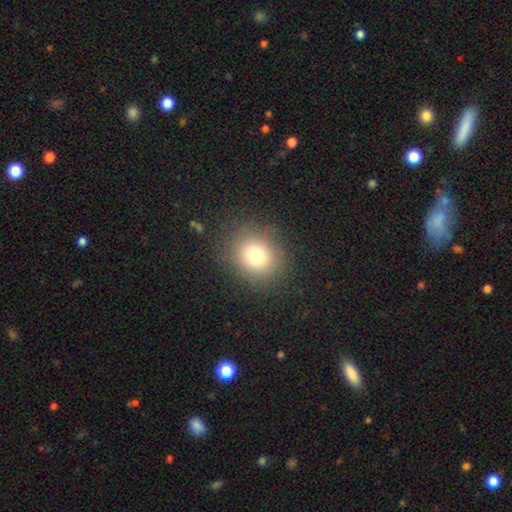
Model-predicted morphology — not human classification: Overall: smooth (76%). How rounded: round (77%). Merging: none (86%).